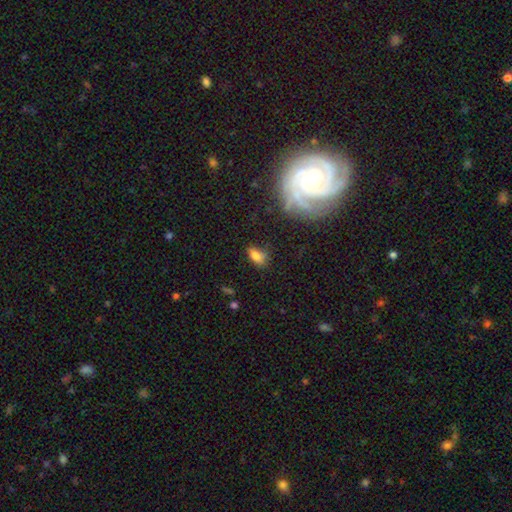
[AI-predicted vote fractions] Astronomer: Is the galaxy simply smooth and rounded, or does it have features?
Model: smooth — 75%.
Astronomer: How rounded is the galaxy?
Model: in between — 87%.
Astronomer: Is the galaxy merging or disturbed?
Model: none — 73%.